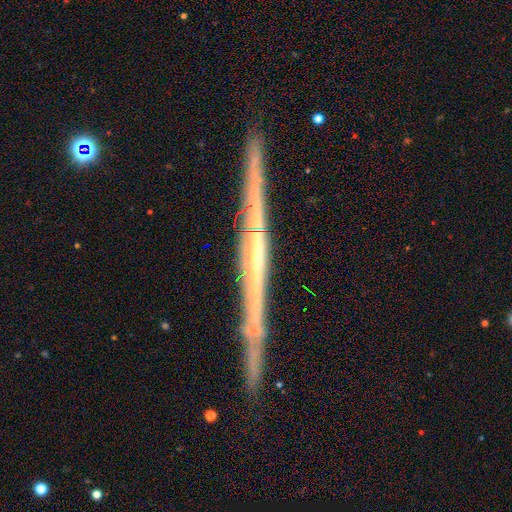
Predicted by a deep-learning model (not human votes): Q: Smooth or featured?
A: featured or disk (79%); runner-up: smooth (13%)
Q: Edge-on disk?
A: yes (97%); runner-up: no (3%)
Q: Edge-on bulge?
A: none (73%); runner-up: rounded (19%)
Q: Merging?
A: none (88%); runner-up: minor disturbance (8%)